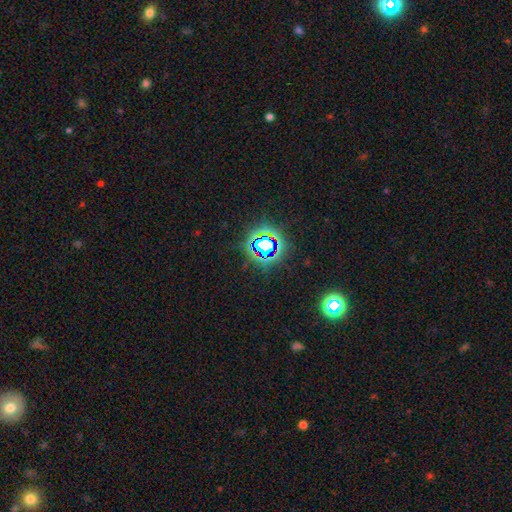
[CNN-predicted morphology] A star or artifact, not a galaxy (74%).

Vote fractions:
- Smooth or featured? star or artifact: 74% / smooth: 19% / featured or disk: 7%